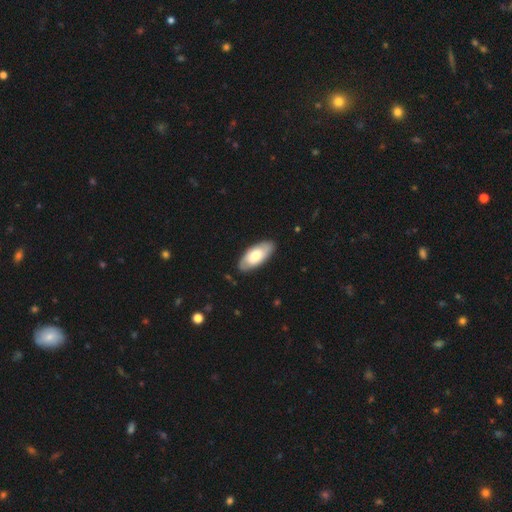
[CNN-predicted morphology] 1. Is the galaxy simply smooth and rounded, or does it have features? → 60% smooth, 35% featured or disk, 5% star or artifact.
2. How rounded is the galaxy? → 90% in between, 8% cigar-shaped, 2% round.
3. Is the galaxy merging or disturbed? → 85% none, 11% minor disturbance, 2% major disturbance, 1% merger.